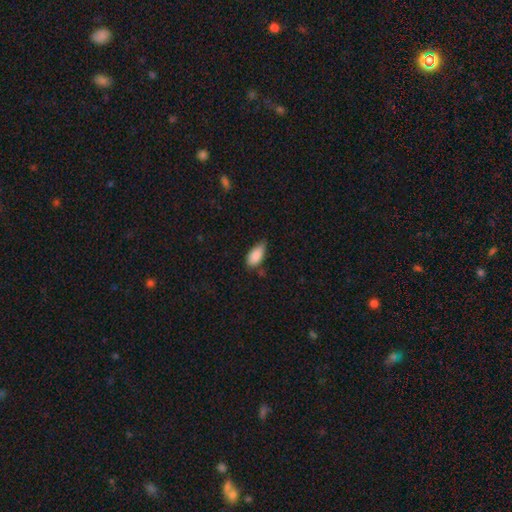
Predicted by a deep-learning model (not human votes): smooth 87%, star or artifact 7%, featured or disk 6%. Down the decision tree: how rounded — in between (89%); merging — none (50%).